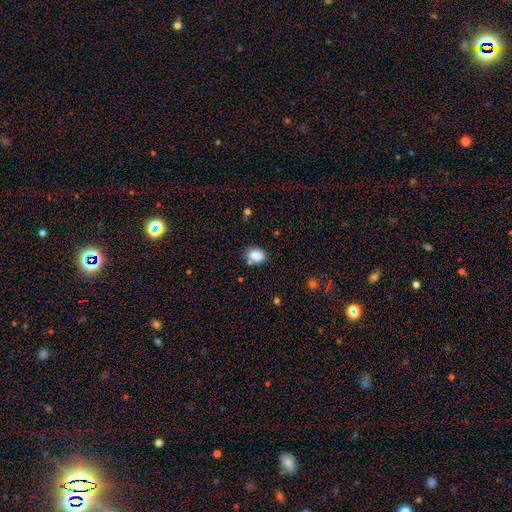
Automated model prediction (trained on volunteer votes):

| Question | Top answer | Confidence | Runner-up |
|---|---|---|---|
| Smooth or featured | smooth | 86% | star or artifact (9%) |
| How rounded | in between | 67% | round (32%) |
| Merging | none | 72% | minor disturbance (17%) |